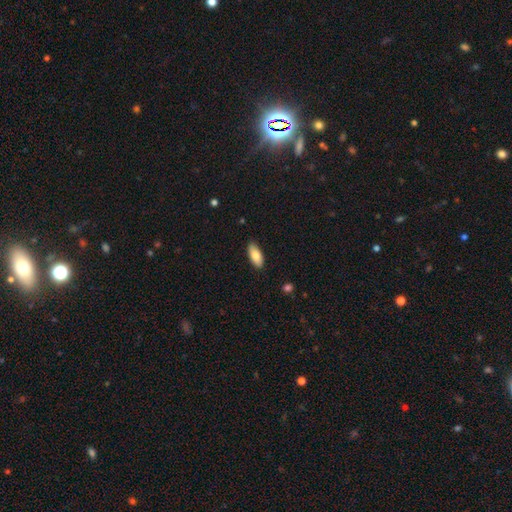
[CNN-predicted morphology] Smooth or featured? smooth (82%)
How rounded? in between (84%)
Merging? none (86%)